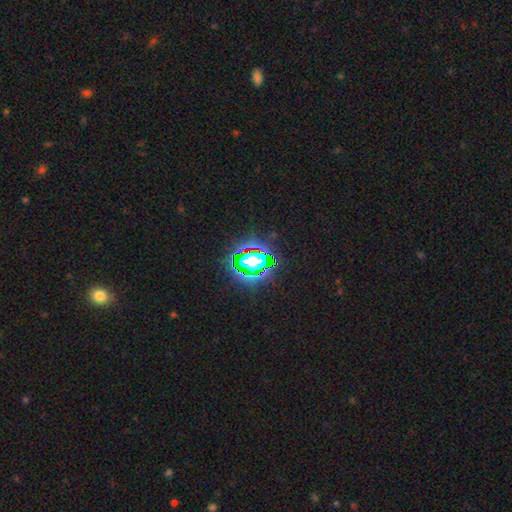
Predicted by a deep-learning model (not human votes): This is likely a star or artifact rather than a galaxy (79%).